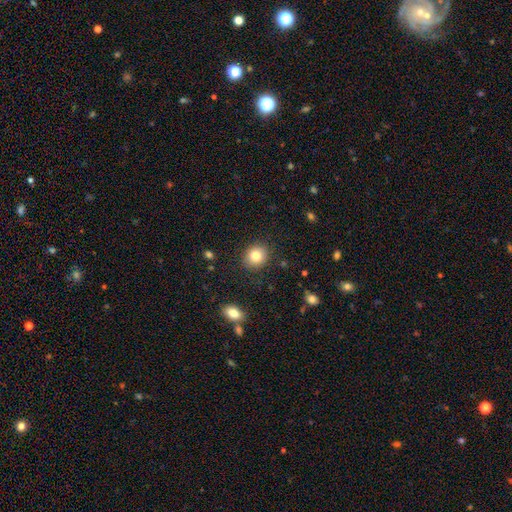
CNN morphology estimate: The model was most divided on "how rounded": round: 72%, in between: 27%, cigar-shaped: 1%. More confident: merging — none (88%); smooth or featured — smooth (82%).